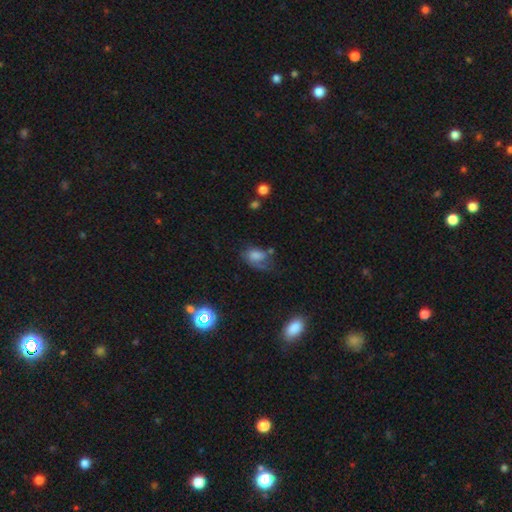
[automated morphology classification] Smooth or featured? Predicted: smooth (p=0.60). How rounded? Predicted: in between (p=0.82). Merging? Predicted: none (p=0.37).